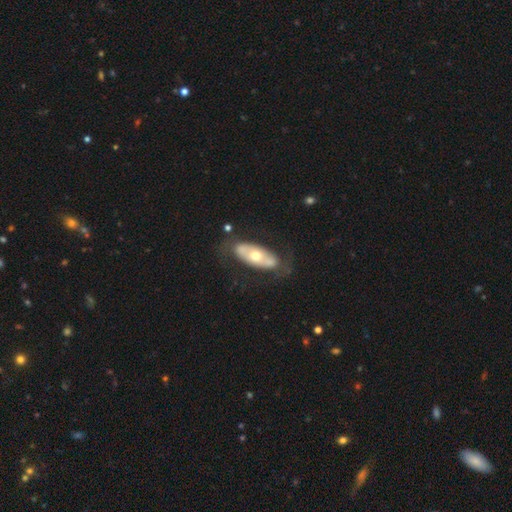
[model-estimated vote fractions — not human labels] Smooth or featured: featured or disk — 55% (smooth — 40%)
Edge-on disk: no — 83% (yes — 17%)
Merging: none — 69% (minor disturbance — 17%)